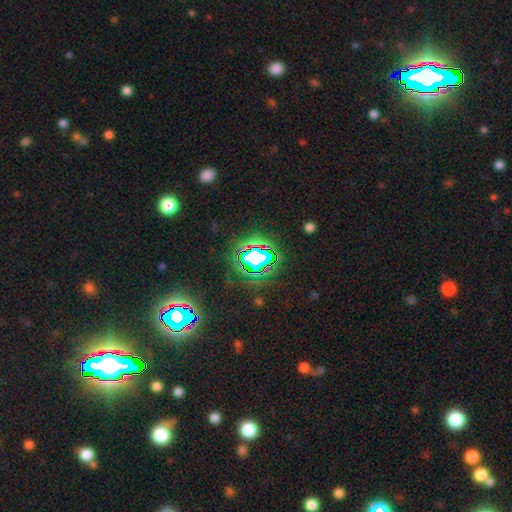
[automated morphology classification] Smooth or featured? Predicted: star or artifact (p=0.77).